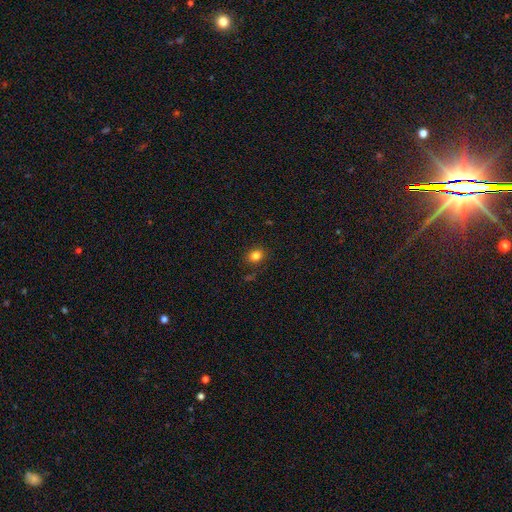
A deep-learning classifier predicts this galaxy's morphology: A smooth galaxy with no disk features (82%) that is round (65%).

Vote fractions:
- Smooth or featured? smooth: 82% / star or artifact: 13% / featured or disk: 5%
- How rounded? round: 65% / in between: 34% / cigar-shaped: 1%
- Merging? none: 87% / minor disturbance: 9% / major disturbance: 3% / merger: 2%